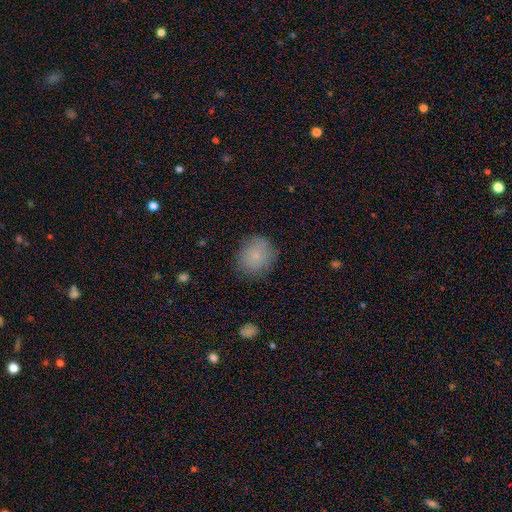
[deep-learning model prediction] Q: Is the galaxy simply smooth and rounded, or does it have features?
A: smooth — 80%.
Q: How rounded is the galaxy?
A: round — 78%.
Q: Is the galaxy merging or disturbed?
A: none — 80%.